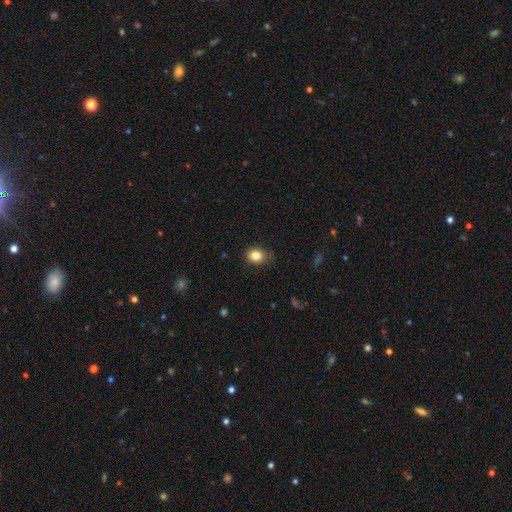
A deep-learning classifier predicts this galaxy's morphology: Overall: smooth (83%). How rounded: round (57%; in between 42%). Merging: none (79%).